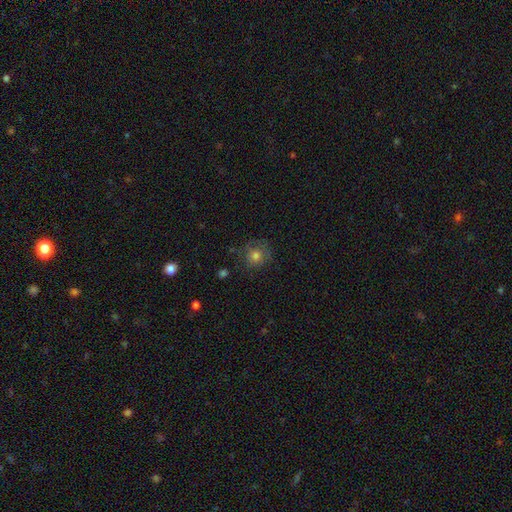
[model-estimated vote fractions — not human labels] smooth-or-featured: smooth: 67% | featured or disk: 18% | star or artifact: 14%
  how-rounded: round: 89% | in between: 10% | cigar-shaped: 1%
  merging: none: 73% | minor disturbance: 17% | major disturbance: 8% | merger: 2%